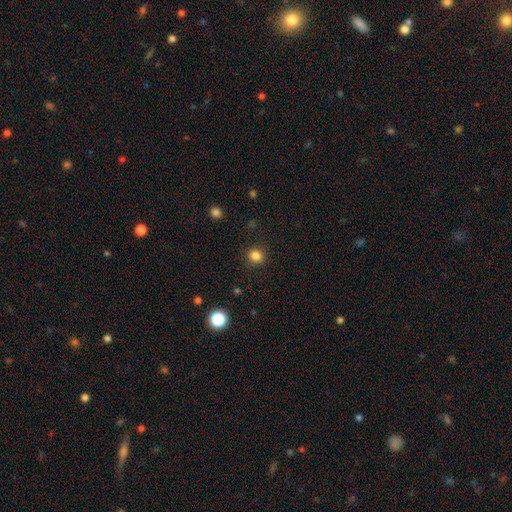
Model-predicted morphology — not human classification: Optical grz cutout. It shows a smooth galaxy with no disk features (83%) that is round (90%). Merging: none (90%).